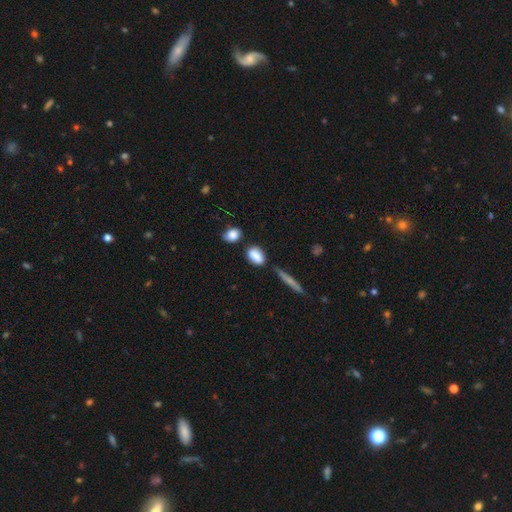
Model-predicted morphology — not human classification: Overall: smooth (83%). How rounded: in between (80%). Merging: none (65%).